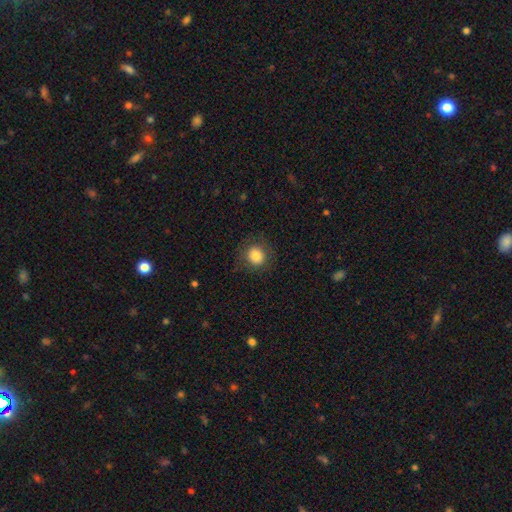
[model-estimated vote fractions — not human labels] This appears to be a smooth galaxy with no disk features (82%) that is round (86%). Merging: none (83%).